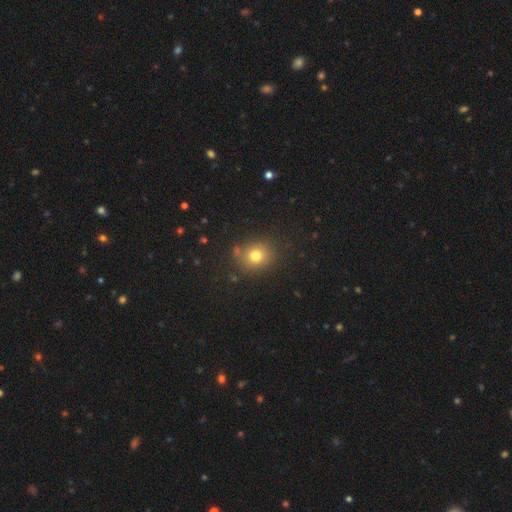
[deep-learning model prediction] This is likely a smooth galaxy (77%). How rounded: likely round (77%). Merging: clearly none (81%).